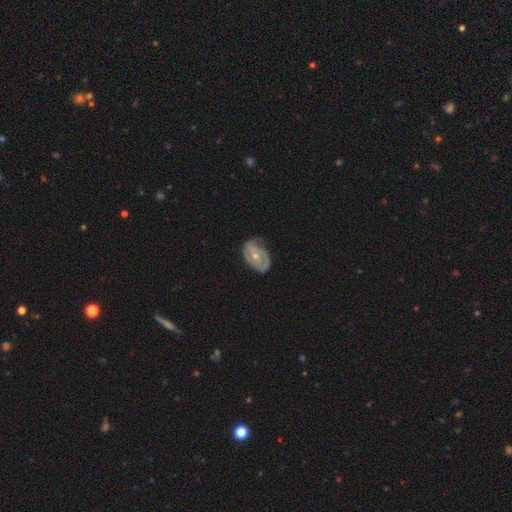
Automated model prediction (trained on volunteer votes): featured or disk 72%, smooth 22%, star or artifact 5%. Down the decision tree: edge-on disk — no (96%); bar — no (69%); spiral arms — yes (79%); spiral arm count — 2 (51%); spiral winding — tight (59%); bulge size — moderate (56%); merging — none (61%).